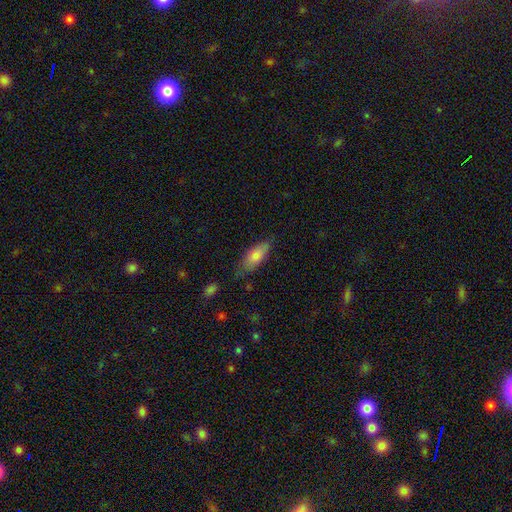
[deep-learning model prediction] Smooth or featured: smooth — 76% (featured or disk — 18%)
How rounded: in between — 73% (cigar-shaped — 25%)
Merging: none — 71% (minor disturbance — 23%)